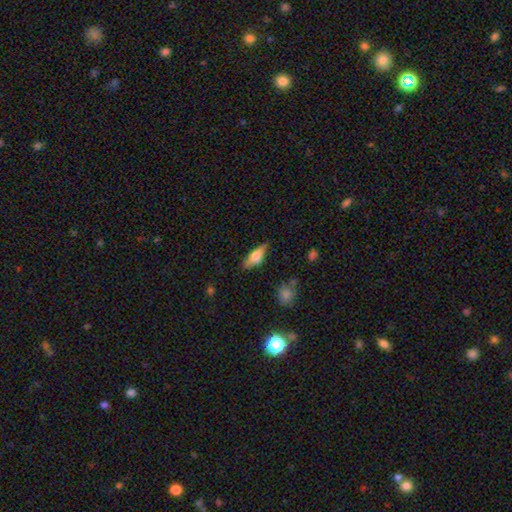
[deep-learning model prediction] smooth 56%, featured or disk 37%, star or artifact 7%. Down the decision tree: how rounded — in between (58%); merging — none (78%).